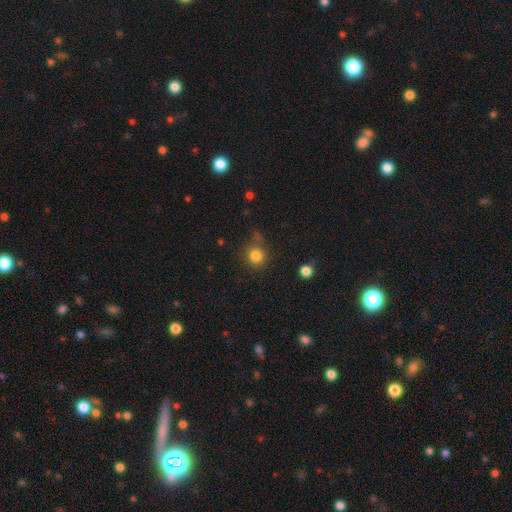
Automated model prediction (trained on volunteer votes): A smooth galaxy with no disk features (82%) that is round (91%).

Vote fractions:
- Smooth or featured? smooth: 82% / star or artifact: 12% / featured or disk: 5%
- How rounded? round: 91% / in between: 8% / cigar-shaped: 1%
- Merging? none: 76% / minor disturbance: 13% / merger: 7% / major disturbance: 5%